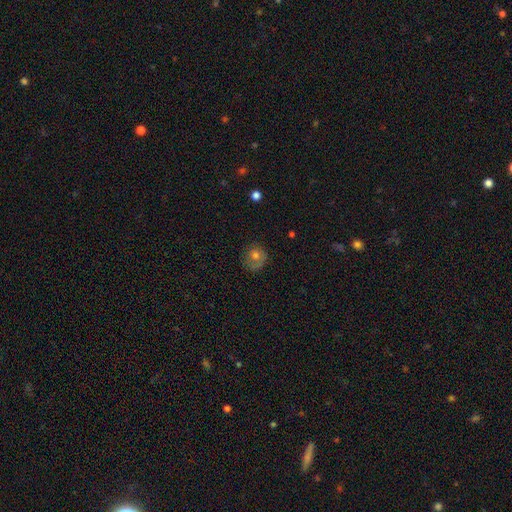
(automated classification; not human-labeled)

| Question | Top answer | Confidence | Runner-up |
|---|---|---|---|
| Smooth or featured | smooth | 64% | featured or disk (23%) |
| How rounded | round | 80% | in between (19%) |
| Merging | none | 64% | minor disturbance (23%) |